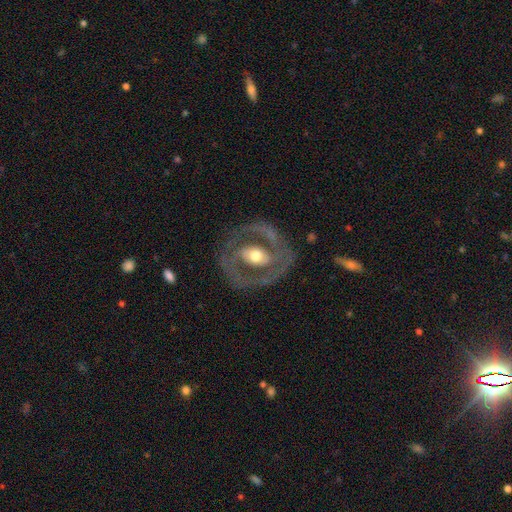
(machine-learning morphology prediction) The model was most divided on "spiral arms": yes: 54%, no: 46%. More confident: edge-on disk — no (94%); merging — none (81%); smooth or featured — featured or disk (70%); bulge size — moderate (66%); bar — no (60%).